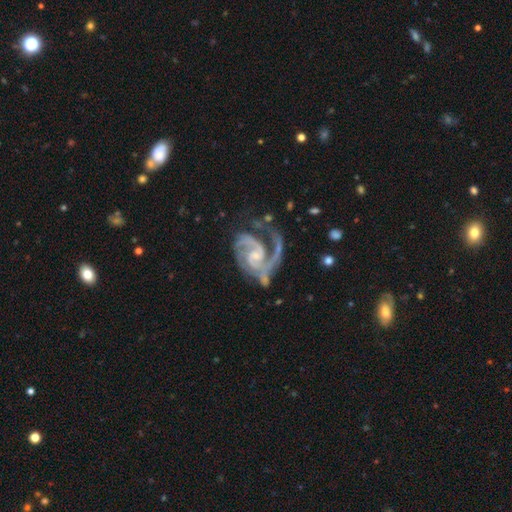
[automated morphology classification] Overall: featured or disk (93%). Edge-on disk: no (98%). Bar: no (49%; weak 40%). Spiral arms: yes (98%). Spiral arm count: 2 (74%). Spiral winding: medium (49%; tight 41%). Bulge size: small (60%; moderate 28%). Merging: none (48%; major disturbance 24%).